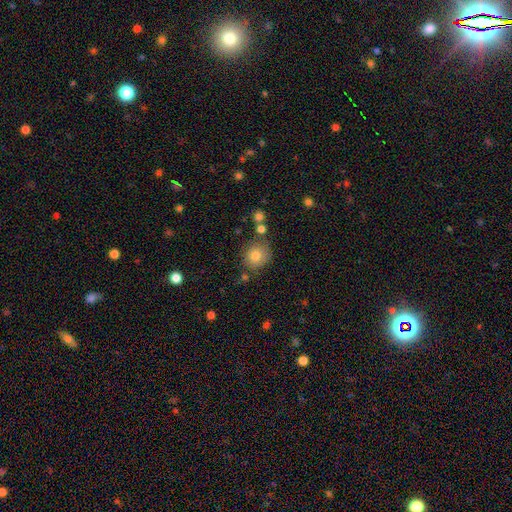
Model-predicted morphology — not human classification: This is likely a smooth galaxy (80%). How rounded: clearly round (81%). Merging: likely none (75%).